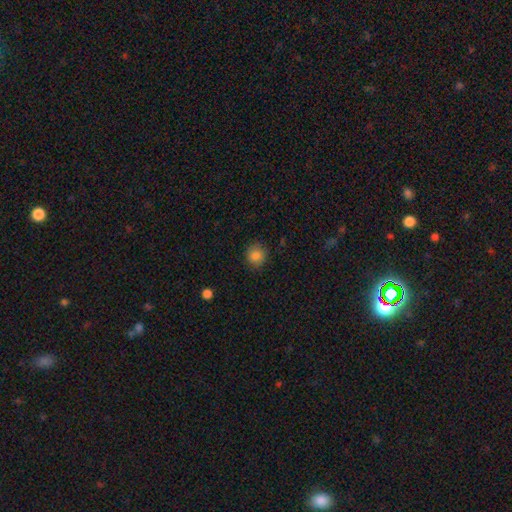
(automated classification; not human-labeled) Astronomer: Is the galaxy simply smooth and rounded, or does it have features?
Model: smooth — 85%.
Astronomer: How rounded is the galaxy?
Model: round — 86%.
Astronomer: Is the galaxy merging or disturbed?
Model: none — 86%.